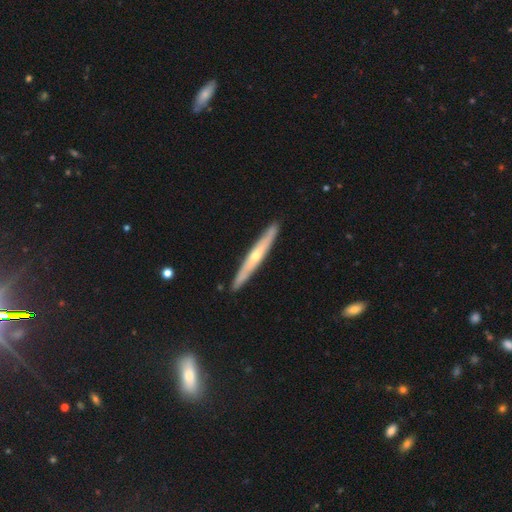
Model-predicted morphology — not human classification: A featured or disk galaxy (67%) viewed edge-on (94%) with a rounded central bulge (77%). Merging: none (90%).